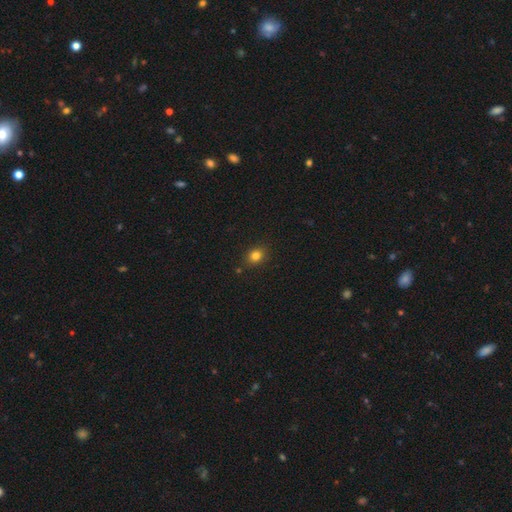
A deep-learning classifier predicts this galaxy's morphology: This is clearly a smooth galaxy (81%). How rounded: possibly round (55%). Merging: clearly none (85%).